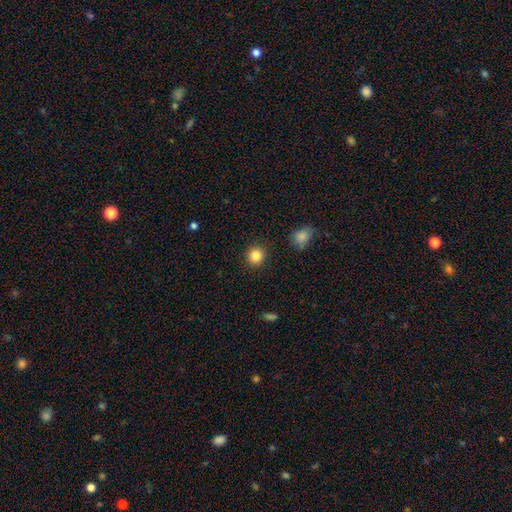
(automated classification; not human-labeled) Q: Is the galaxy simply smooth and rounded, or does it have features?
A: smooth — 85%.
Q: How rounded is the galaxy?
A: round — 90%.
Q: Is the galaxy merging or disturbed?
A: none — 90%.